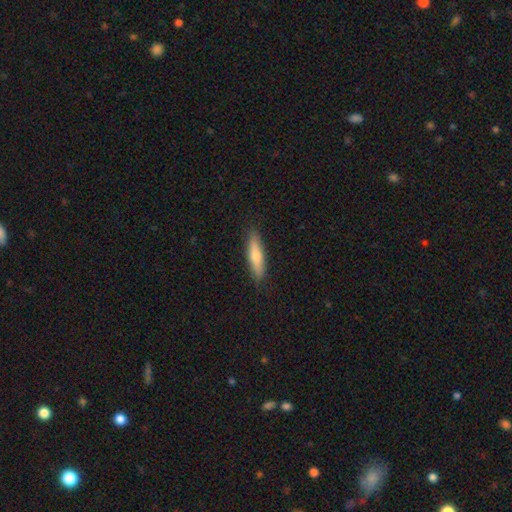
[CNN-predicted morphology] This appears to be a smooth galaxy with no disk features (65%) that is cigar-shaped (78%). Merging: none (90%).